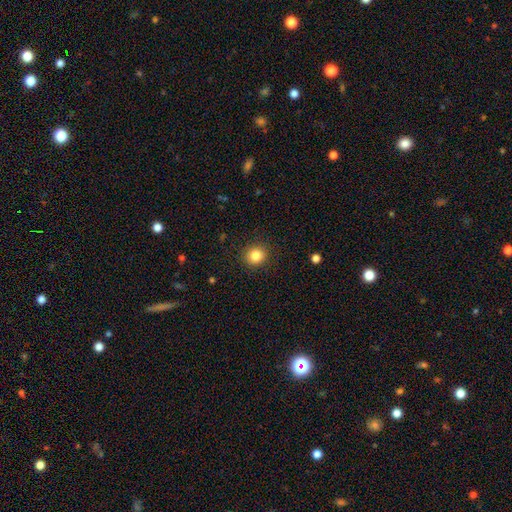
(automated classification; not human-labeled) Q: Smooth or featured?
A: smooth (84%); runner-up: star or artifact (11%)
Q: How rounded?
A: round (88%); runner-up: in between (11%)
Q: Merging?
A: none (91%); runner-up: minor disturbance (6%)